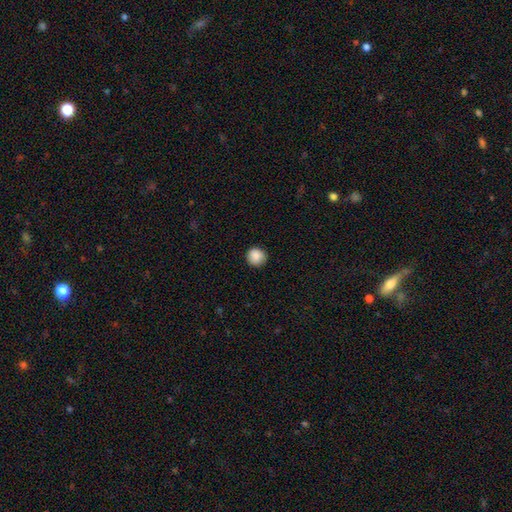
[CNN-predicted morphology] This appears to be a smooth galaxy with no disk features (88%) that is round (93%). Merging: none (88%).